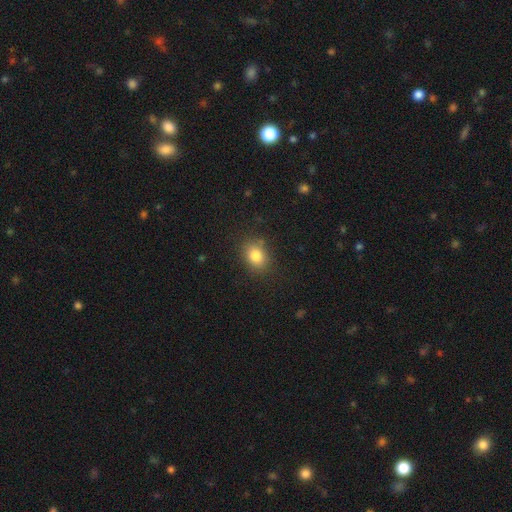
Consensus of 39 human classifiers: smooth-or-featured: smooth: 87% | star or artifact: 10% | featured or disk: 3%
  how-rounded: round: 50% (tied) | in between: 50% (tied) | cigar-shaped: 0%
  merging: none: 77% | major disturbance: 14% | minor disturbance: 9% | merger: 0%